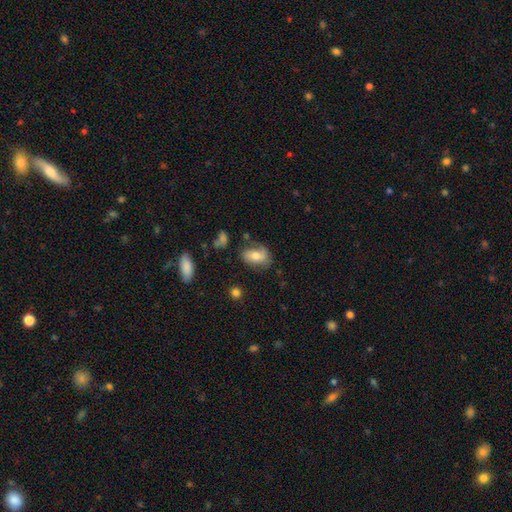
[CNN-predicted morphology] This appears to be a smooth galaxy with no disk features (57%) that is in between round and cigar-shaped (84%). Merging: none (52%).